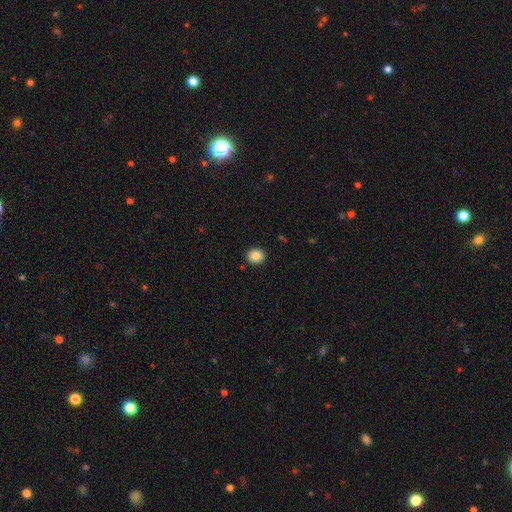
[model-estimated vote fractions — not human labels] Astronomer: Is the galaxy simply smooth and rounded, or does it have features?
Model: smooth — 84%.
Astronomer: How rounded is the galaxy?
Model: round — 79%.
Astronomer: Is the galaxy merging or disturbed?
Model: none — 91%.